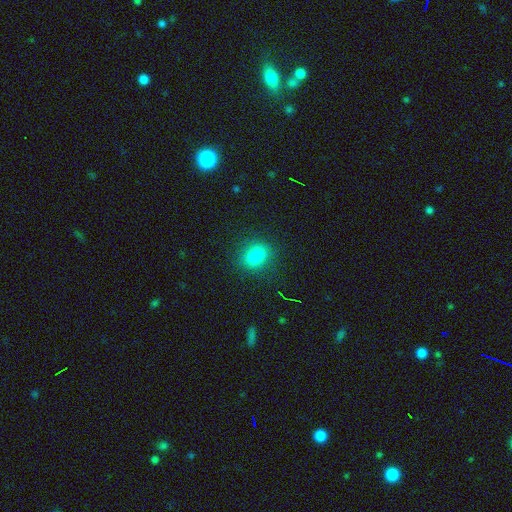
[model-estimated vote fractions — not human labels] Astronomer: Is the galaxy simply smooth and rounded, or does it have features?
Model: smooth — 81%.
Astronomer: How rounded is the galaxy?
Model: round — 53% (runner-up: in between, 46%).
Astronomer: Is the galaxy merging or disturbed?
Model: none — 87%.